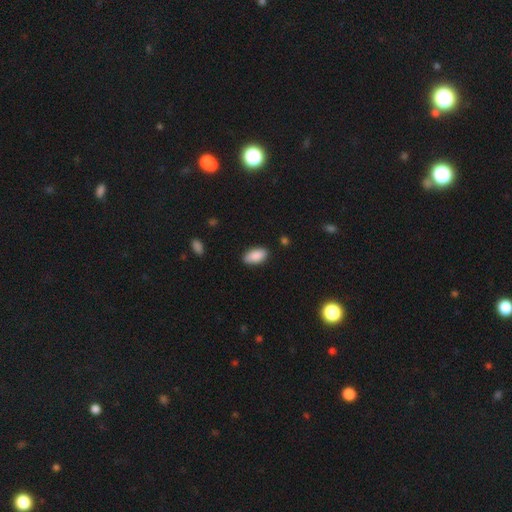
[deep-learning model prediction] This is clearly a smooth galaxy (89%). How rounded: clearly in between (94%). Merging: clearly none (86%).